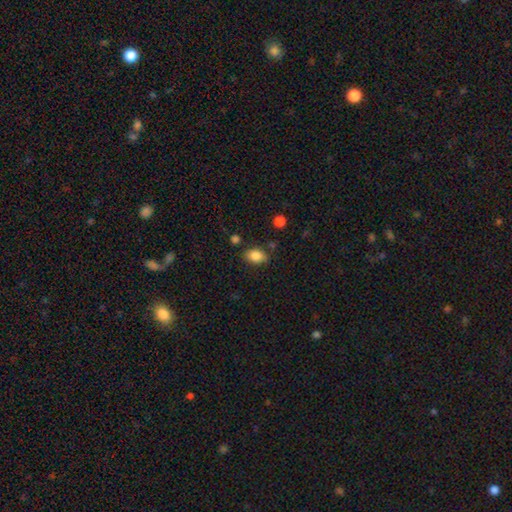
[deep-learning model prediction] The model was most divided on "merging": none: 78%, minor disturbance: 15%, merger: 4%, major disturbance: 4%. More confident: smooth or featured — smooth (86%); how rounded — in between (82%).